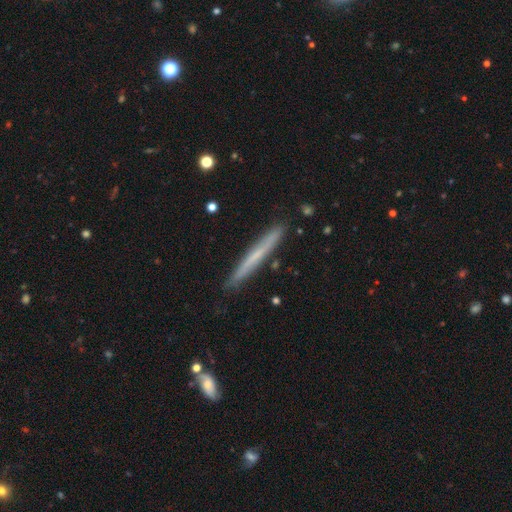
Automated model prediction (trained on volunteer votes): This appears to be a smooth galaxy with no disk features (51%) that is cigar-shaped (97%). Merging: none (89%).